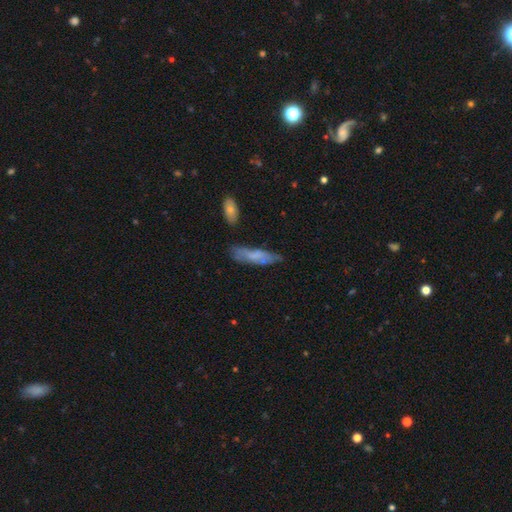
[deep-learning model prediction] Smooth or featured?
  - smooth: 54% *
  - featured or disk: 38%
  - star or artifact: 9%
How rounded?
  - cigar-shaped: 64% *
  - in between: 34%
  - round: 2%
Merging?
  - none: 59% *
  - minor disturbance: 25%
  - major disturbance: 10%
  - merger: 6%